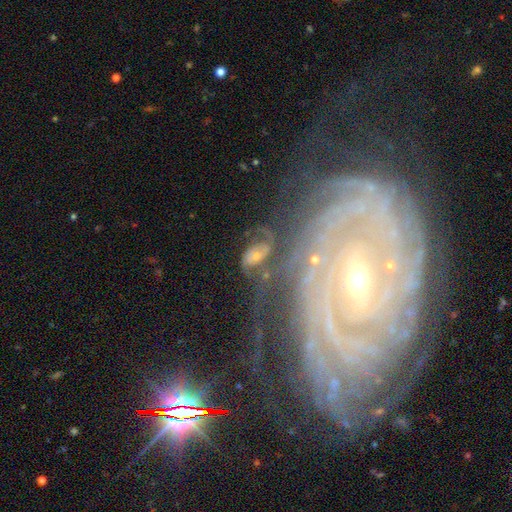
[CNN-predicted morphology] smooth_or_featured: featured or disk (p=0.70) [alt: smooth p=0.18]
disk_edge_on: no (p=0.96) [alt: yes p=0.04]
bar: no (p=0.57) [alt: weak p=0.31]
has_spiral_arms: yes (p=0.90) [alt: no p=0.10]
spiral_winding: medium (p=0.41) [alt: tight p=0.36]
spiral_arm_count: 2 (p=0.67) [alt: can't tell p=0.16]
bulge_size: small (p=0.49) [alt: moderate p=0.42]
merging: none (p=0.44) [alt: major disturbance p=0.23]